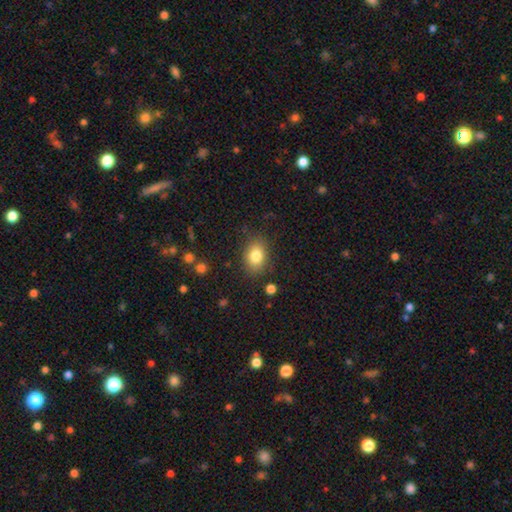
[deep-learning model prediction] Smooth or featured? Predicted: smooth (p=0.81). How rounded? Predicted: in between (p=0.72). Merging? Predicted: none (p=0.83).